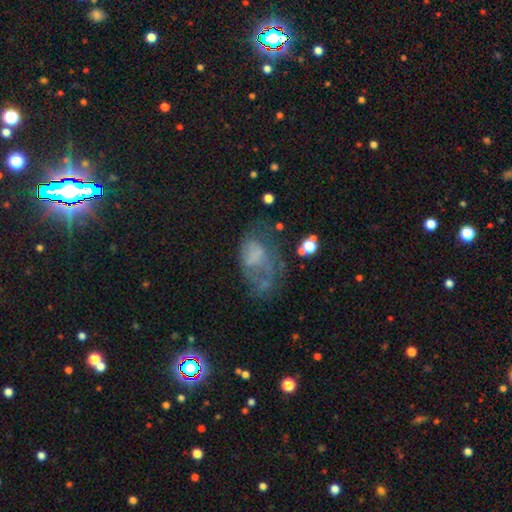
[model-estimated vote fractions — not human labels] This is marginally a featured or disk galaxy (43%). Merging: marginally major disturbance (41%).